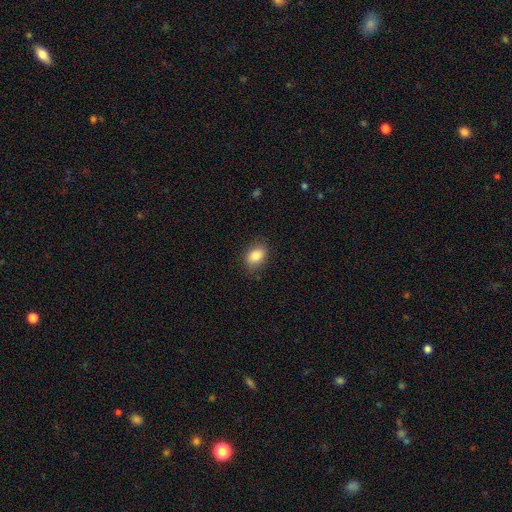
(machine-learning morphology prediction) smooth-or-featured: smooth: 85% | star or artifact: 8% | featured or disk: 7%
  how-rounded: in between: 80% | round: 18% | cigar-shaped: 1%
  merging: none: 83% | minor disturbance: 13% | major disturbance: 3% | merger: 1%